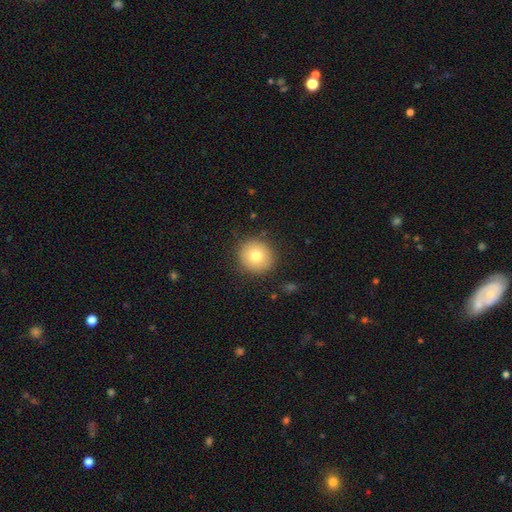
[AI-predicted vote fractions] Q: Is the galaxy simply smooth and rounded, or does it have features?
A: smooth — 79%.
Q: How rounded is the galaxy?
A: round — 91%.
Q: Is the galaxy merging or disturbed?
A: none — 89%.